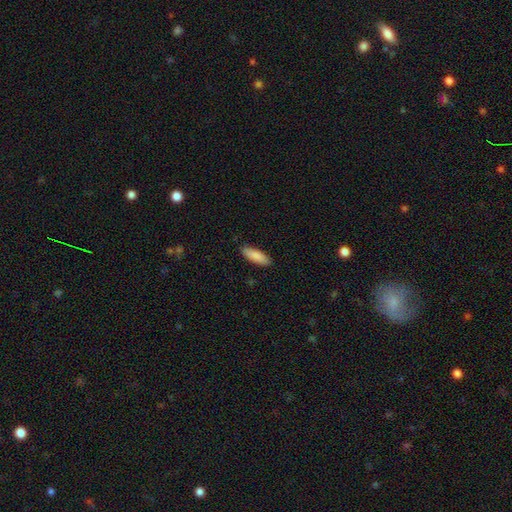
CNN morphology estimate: Q: Smooth or featured?
A: smooth (87%); runner-up: featured or disk (7%)
Q: How rounded?
A: in between (55%); runner-up: cigar-shaped (44%)
Q: Merging?
A: none (88%); runner-up: minor disturbance (10%)